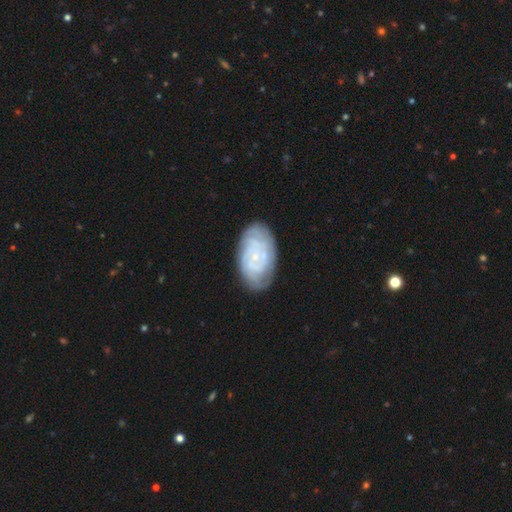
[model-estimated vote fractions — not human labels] The model was most divided on "spiral arm count": can't tell: 42%, 2: 18%, 3: 15%, 4: 13%, more than 4: 6%, 1: 5%. More confident: edge-on disk — no (96%); spiral arms — yes (92%); bulge size — small (80%); smooth or featured — featured or disk (77%); merging — none (75%); spiral winding — tight (73%); bar — no (72%).